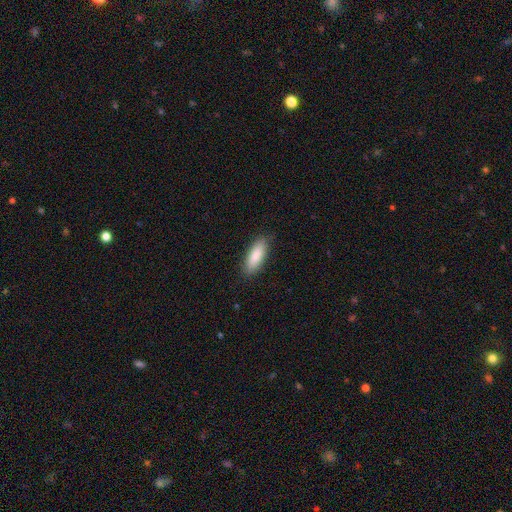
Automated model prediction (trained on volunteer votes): A smooth galaxy with no disk features (87%) that is in between round and cigar-shaped (67%).

Vote fractions:
- Smooth or featured? smooth: 87% / featured or disk: 7% / star or artifact: 6%
- How rounded? in between: 67% / cigar-shaped: 31% / round: 2%
- Merging? none: 86% / minor disturbance: 11% / major disturbance: 2% / merger: 1%